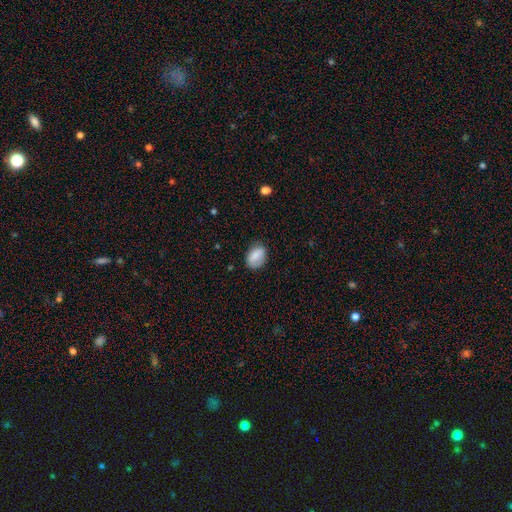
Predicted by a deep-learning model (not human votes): Morphology: type=smooth (84%); roundness=in between (80%); merging=none (76%).